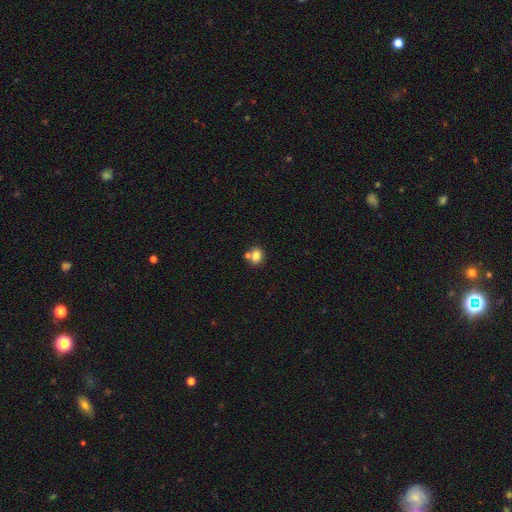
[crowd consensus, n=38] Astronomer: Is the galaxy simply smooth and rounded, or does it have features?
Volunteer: smooth — 95%.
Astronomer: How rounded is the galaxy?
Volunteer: round — 56% (runner-up: in between, 42%).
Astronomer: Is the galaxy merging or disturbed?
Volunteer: none — 54% (runner-up: merger, 32%).